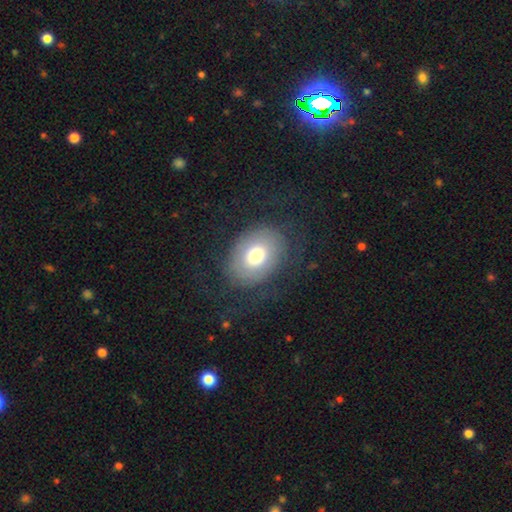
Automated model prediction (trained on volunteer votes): Smooth or featured: smooth — 63% (featured or disk — 29%)
How rounded: in between — 71% (round — 28%)
Merging: none — 72% (minor disturbance — 15%)